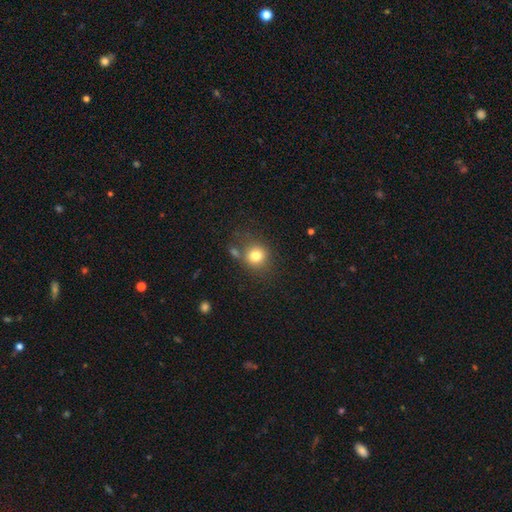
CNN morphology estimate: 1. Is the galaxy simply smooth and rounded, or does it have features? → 79% smooth, 12% star or artifact, 8% featured or disk.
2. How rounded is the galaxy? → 84% round, 16% in between, 1% cigar-shaped.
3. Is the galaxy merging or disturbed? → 71% none, 13% minor disturbance, 10% merger, 6% major disturbance.